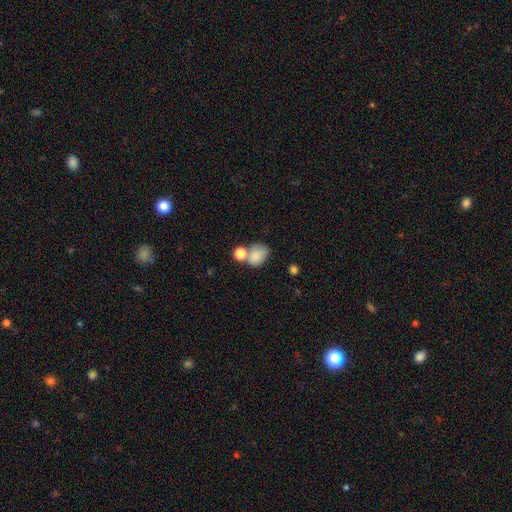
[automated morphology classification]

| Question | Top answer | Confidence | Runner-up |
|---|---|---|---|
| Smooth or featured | smooth | 78% | featured or disk (12%) |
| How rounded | in between | 60% | round (39%) |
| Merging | merger | 40% | none (36%) |